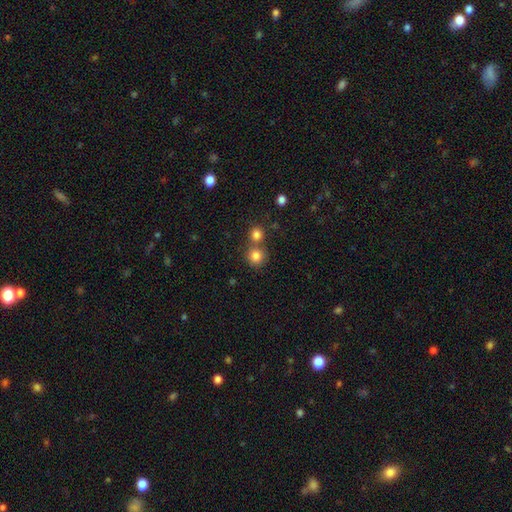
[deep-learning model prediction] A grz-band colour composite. It shows a smooth galaxy with no disk features (82%) that is round (89%). Merging: none (59%).